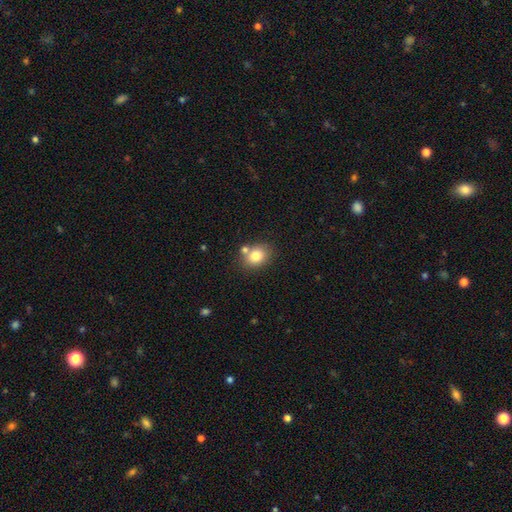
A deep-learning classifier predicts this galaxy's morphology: The model was most divided on "how rounded": round: 55%, in between: 44%, cigar-shaped: 1%. More confident: smooth or featured — smooth (80%); merging — none (67%).